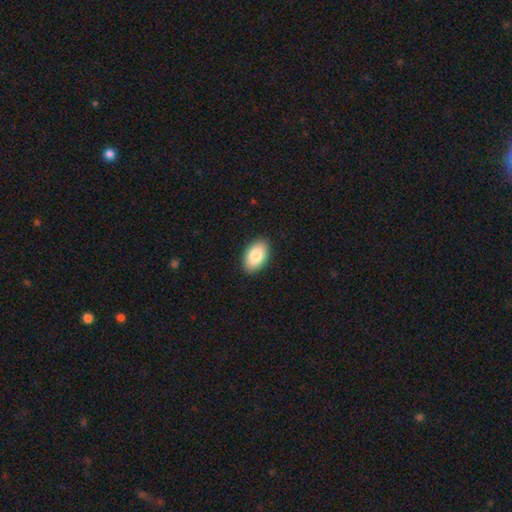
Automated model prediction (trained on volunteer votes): This appears to be a smooth galaxy with no disk features (85%) that is in between round and cigar-shaped (93%). Merging: none (89%).